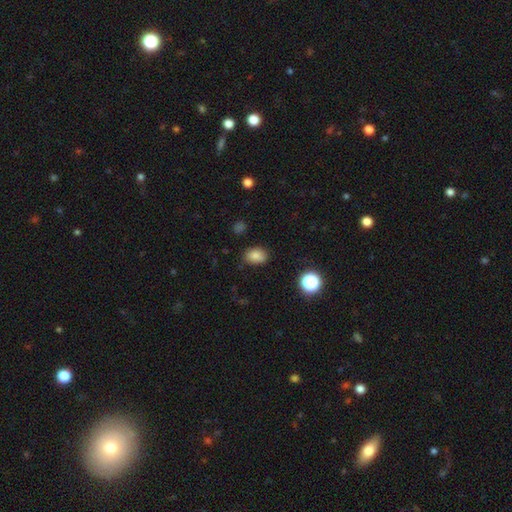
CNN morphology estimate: The model was most divided on "how rounded": in between: 76%, round: 23%, cigar-shaped: 1%. More confident: smooth or featured — smooth (83%); merging — none (79%).